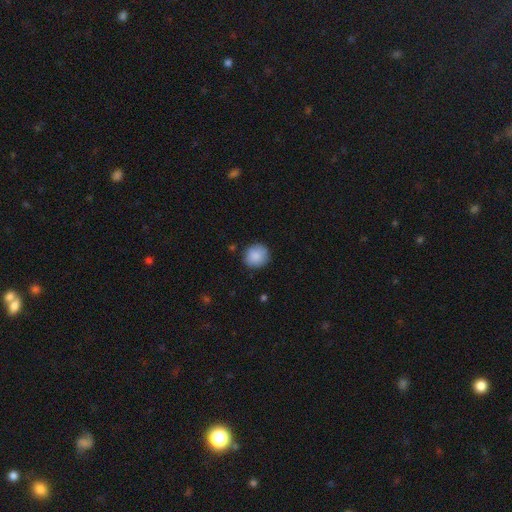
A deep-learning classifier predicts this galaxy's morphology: Smooth or featured? smooth (88%)
How rounded? round (89%)
Merging? none (86%)